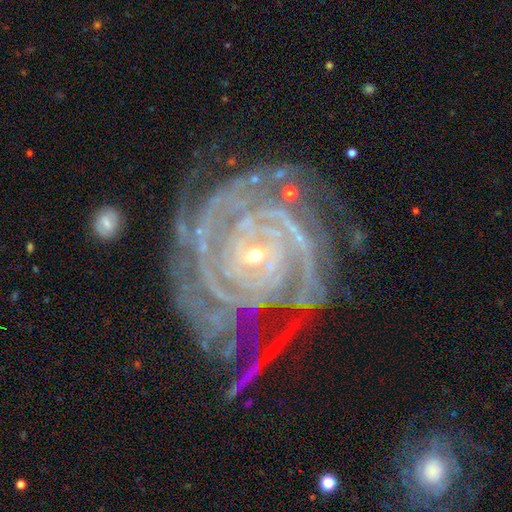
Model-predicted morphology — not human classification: Smooth or featured? featured or disk (90%)
Edge-on disk? no (98%)
Bar? no (58%)
Spiral arms? yes (97%)
Spiral winding? tight (79%)
Spiral arm count? can't tell (22%)
Bulge size? small (77%)
Merging? none (55%)